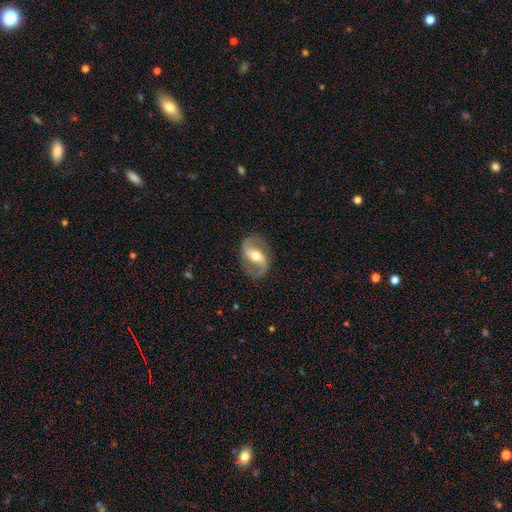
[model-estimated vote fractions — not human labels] Morphology: type=featured or disk (87%); edge-on=no (97%); bar=weak (39%); spiral arms=yes (94%); winding=loose (52%); arm count=2 (93%); bulge=moderate (68%); merging=none (85%).